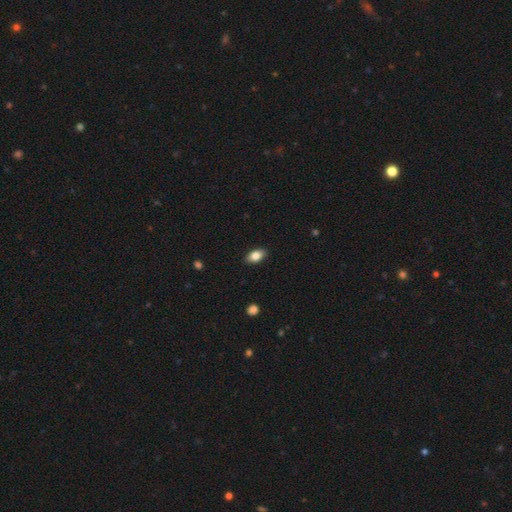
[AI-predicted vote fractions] Smooth or featured? Predicted: smooth (p=0.83). How rounded? Predicted: in between (p=0.91). Merging? Predicted: none (p=0.88).